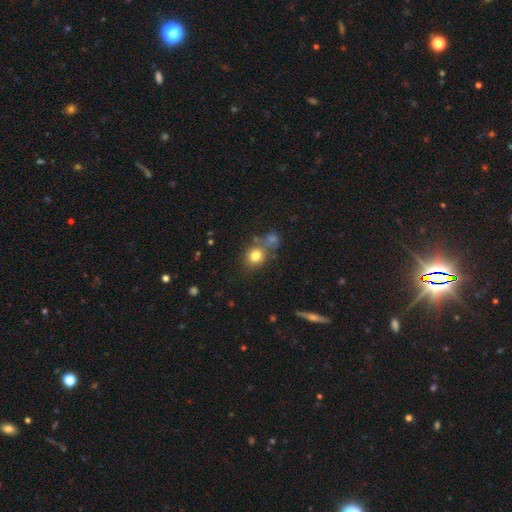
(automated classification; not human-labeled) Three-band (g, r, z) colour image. It shows a smooth galaxy with no disk features (79%) that is round (72%). Merging: none (57%).